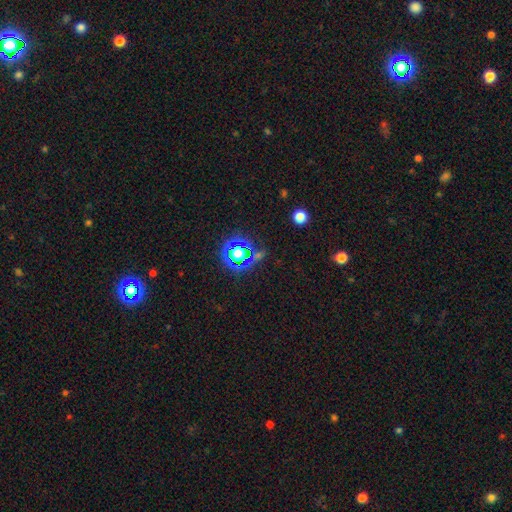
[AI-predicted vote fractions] A star or artifact, not a galaxy (71%).